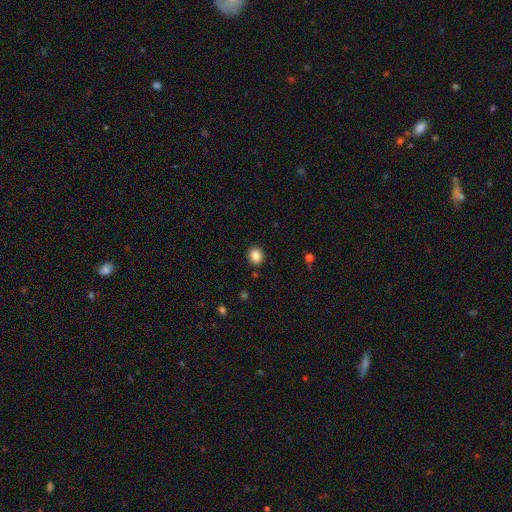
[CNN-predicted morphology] A smooth galaxy with no disk features (85%) that is round (80%).

Vote fractions:
- Smooth or featured? smooth: 85% / star or artifact: 10% / featured or disk: 5%
- How rounded? round: 80% / in between: 19% / cigar-shaped: 1%
- Merging? none: 91% / minor disturbance: 6% / major disturbance: 2% / merger: 2%